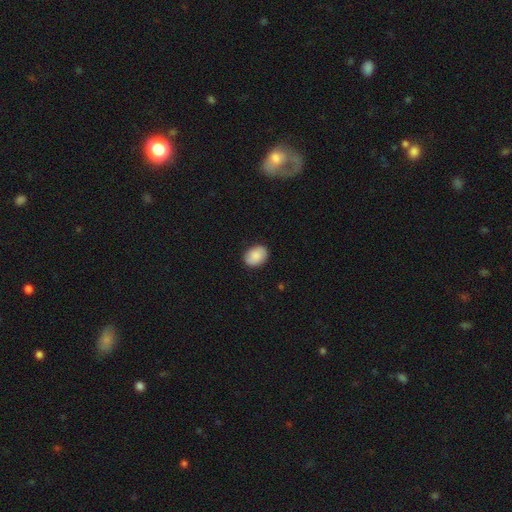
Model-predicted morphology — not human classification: Smooth or featured? Predicted: smooth (p=0.85). How rounded? Predicted: in between (p=0.70). Merging? Predicted: none (p=0.86).